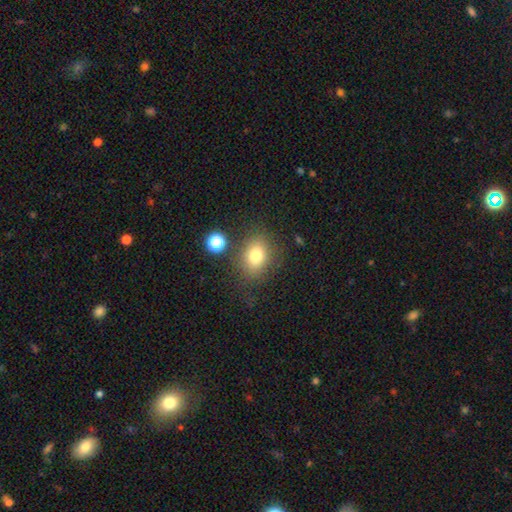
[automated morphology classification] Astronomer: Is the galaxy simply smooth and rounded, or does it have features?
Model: smooth — 77%.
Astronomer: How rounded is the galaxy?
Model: in between — 54% (runner-up: round, 45%).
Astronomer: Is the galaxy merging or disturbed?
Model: none — 75%.